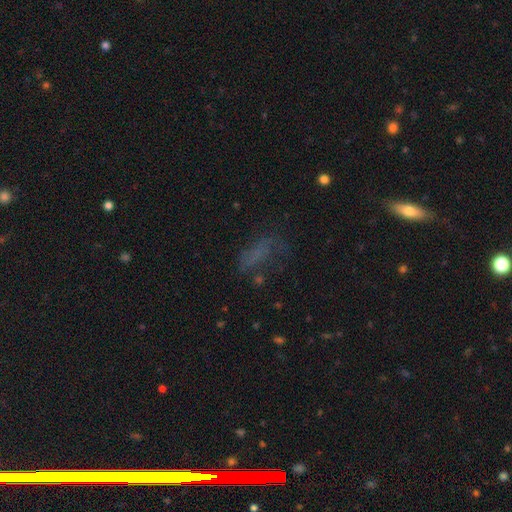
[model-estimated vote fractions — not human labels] smooth 51%, star or artifact 26%, featured or disk 23%. Down the decision tree: how rounded — in between (68%); merging — none (48%).